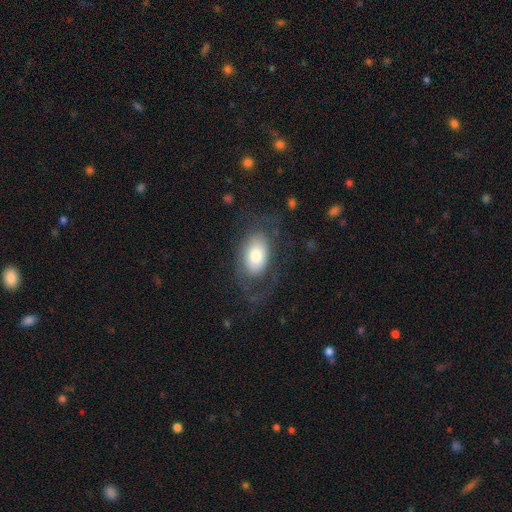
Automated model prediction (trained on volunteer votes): Smooth or featured? Predicted: smooth (p=0.60). How rounded? Predicted: in between (p=0.90). Merging? Predicted: none (p=0.57).